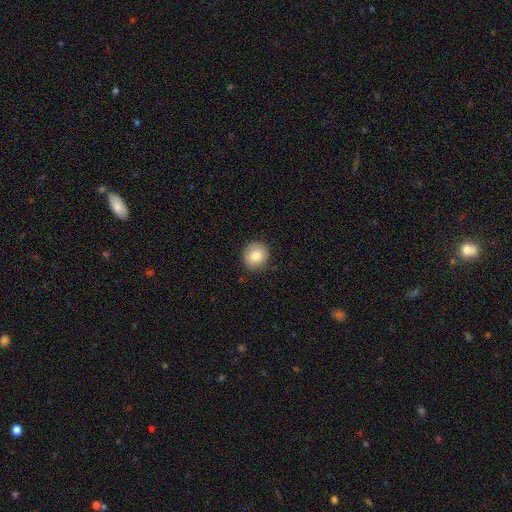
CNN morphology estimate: Smooth or featured: smooth — 82% (featured or disk — 10%)
How rounded: round — 87% (in between — 12%)
Merging: none — 87% (minor disturbance — 9%)